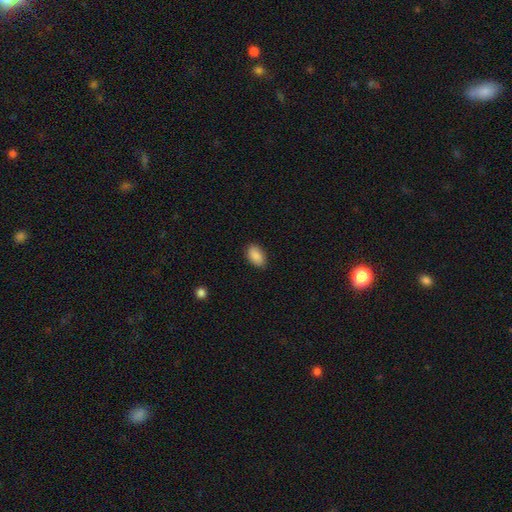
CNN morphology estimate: This is clearly a smooth galaxy (89%). How rounded: clearly in between (93%). Merging: clearly none (87%).